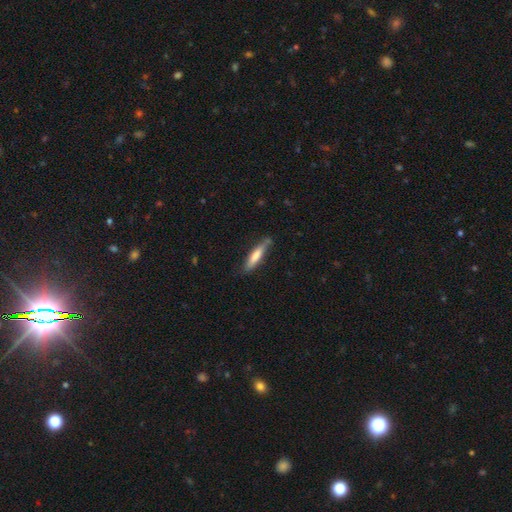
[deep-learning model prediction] This is likely a smooth galaxy (66%). How rounded: clearly cigar-shaped (86%). Merging: likely none (77%).